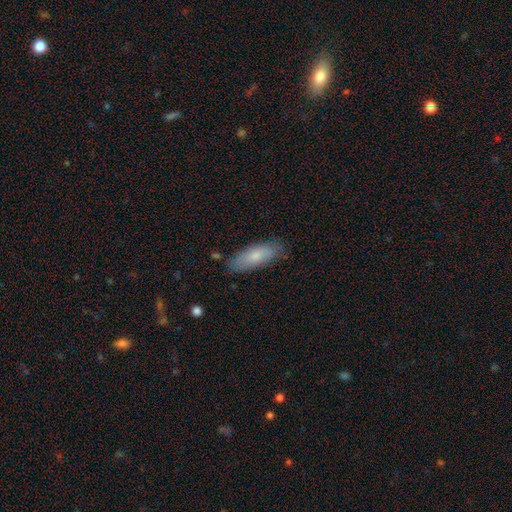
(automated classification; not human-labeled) smooth 74%, featured or disk 20%, star or artifact 6%. Down the decision tree: how rounded — in between (69%); merging — none (78%).